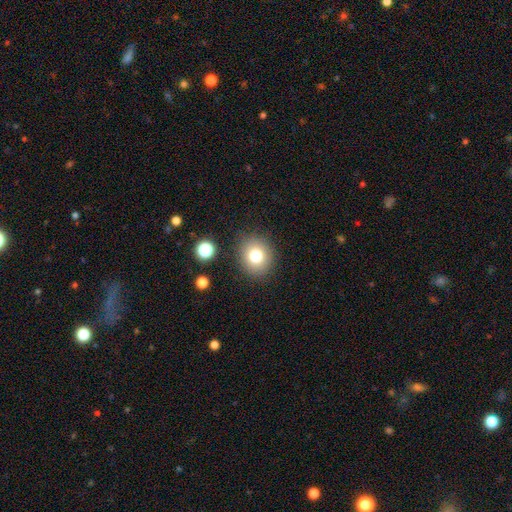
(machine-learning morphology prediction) Overall: smooth (77%). How rounded: round (77%). Merging: none (87%).